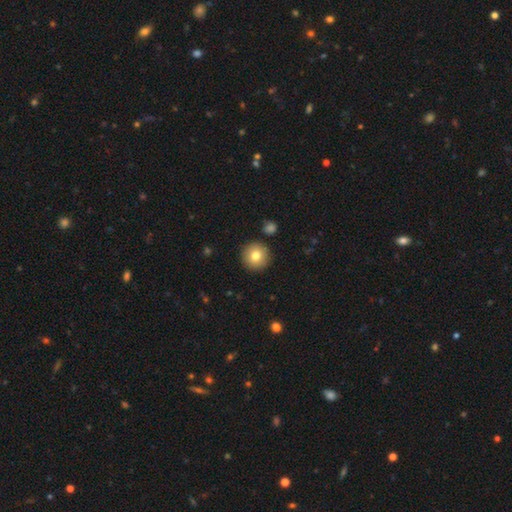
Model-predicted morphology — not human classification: Smooth or featured: smooth — 79% (featured or disk — 12%)
How rounded: round — 96% (in between — 3%)
Merging: none — 91% (minor disturbance — 5%)